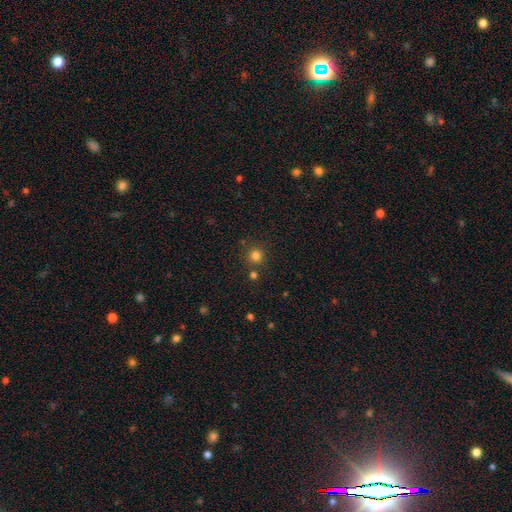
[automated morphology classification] type=smooth (79%); roundness=round (93%); merging=none (81%).